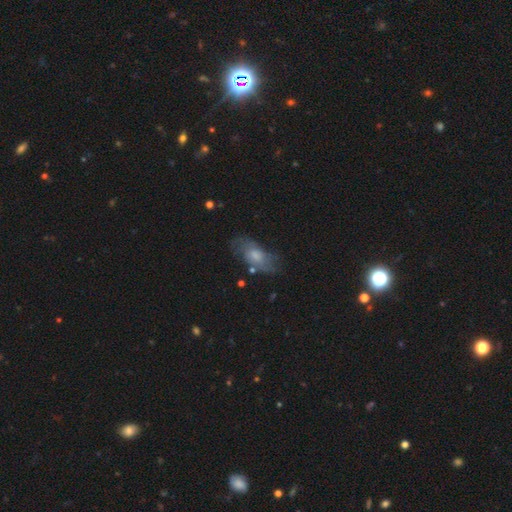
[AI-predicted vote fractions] A featured or disk galaxy (48%). Merging: none (59%).